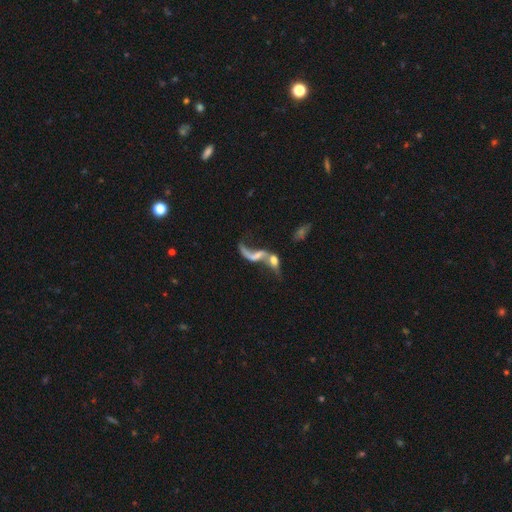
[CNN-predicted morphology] Smooth or featured?
  - featured or disk: 71% *
  - smooth: 18%
  - star or artifact: 11%
Edge-on disk?
  - no: 92% *
  - yes: 8%
Bar?
  - no: 54% *
  - weak: 31%
  - strong: 15%
Spiral arms?
  - yes: 70% *
  - no: 30%
Bulge size?
  - none: 45% *
  - small: 30%
  - moderate: 19%
  - large: 5%
  - dominant: 2%
Merging?
  - merger: 59% *
  - major disturbance: 17%
  - none: 16%
  - minor disturbance: 7%